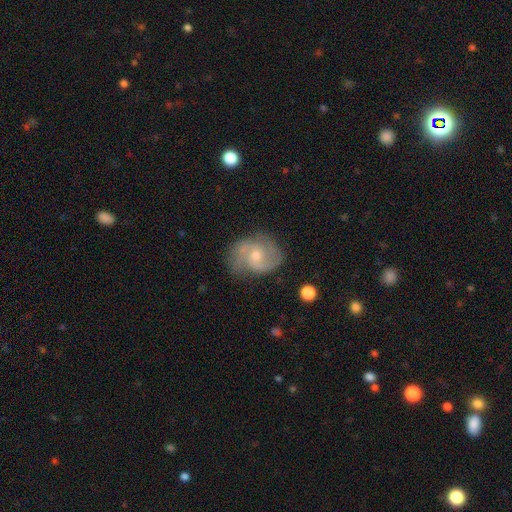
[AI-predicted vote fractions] Morphology: type=featured or disk (80%); edge-on=no (98%); bar=no (56%); spiral arms=yes (95%); winding=medium (51%); arm count=2 (83%); bulge=small (51%); merging=none (72%).